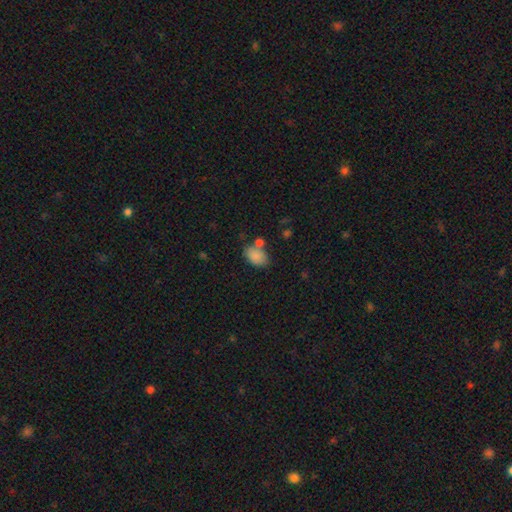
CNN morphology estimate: This appears to be a smooth galaxy with no disk features (85%) that is in between round and cigar-shaped (85%). Merging: none (60%).